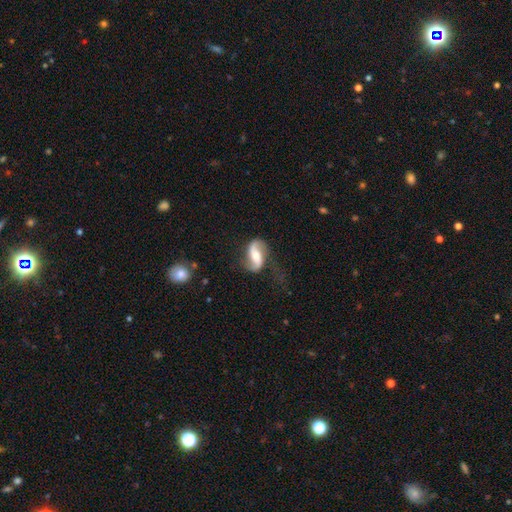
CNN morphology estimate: featured or disk 83%, smooth 12%, star or artifact 5%. Down the decision tree: edge-on disk — no (96%); bar — weak (38%); spiral arms — yes (95%); spiral arm count — 2 (92%); spiral winding — loose (70%); bulge size — moderate (55%); merging — none (64%).